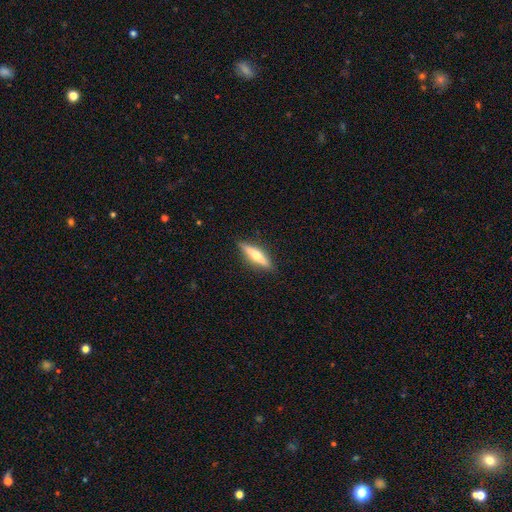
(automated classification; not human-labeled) The model was most divided on "smooth or featured": featured or disk: 58%, smooth: 37%, star or artifact: 6%. More confident: edge-on disk — yes (94%); edge-on bulge — rounded (93%); merging — none (89%).